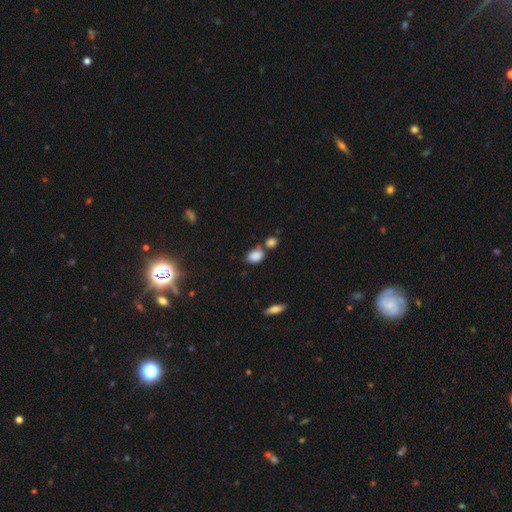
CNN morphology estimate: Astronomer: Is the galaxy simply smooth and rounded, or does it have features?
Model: smooth — 85%.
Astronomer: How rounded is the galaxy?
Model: in between — 71%.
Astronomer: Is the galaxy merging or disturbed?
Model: none — 48% (runner-up: merger, 31%).